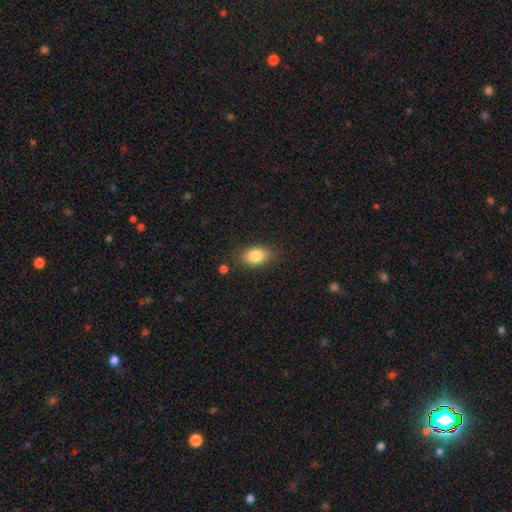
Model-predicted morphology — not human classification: A smooth galaxy with no disk features (84%) that is in between round and cigar-shaped (83%).

Vote fractions:
- Smooth or featured? smooth: 84% / star or artifact: 8% / featured or disk: 8%
- How rounded? in between: 83% / round: 16% / cigar-shaped: 2%
- Merging? none: 81% / minor disturbance: 13% / major disturbance: 3% / merger: 2%